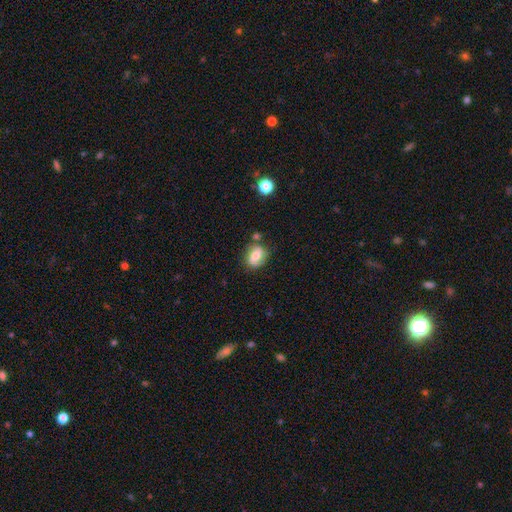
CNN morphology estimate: This appears to be a smooth galaxy with no disk features (55%) that is in between round and cigar-shaped (62%). Merging: none (65%).